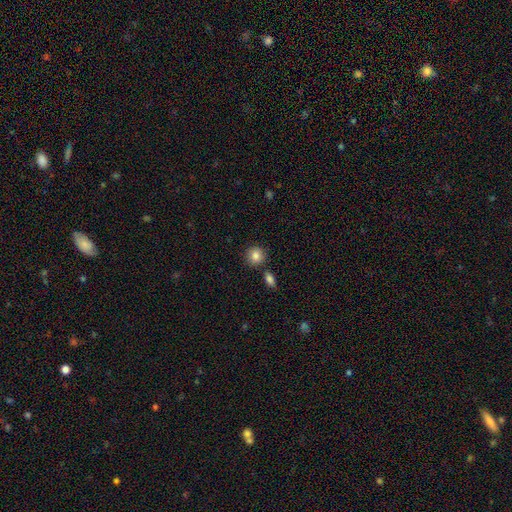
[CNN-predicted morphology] A smooth galaxy with no disk features (85%) that is round (88%).

Vote fractions:
- Smooth or featured? smooth: 85% / star or artifact: 9% / featured or disk: 6%
- How rounded? round: 88% / in between: 11% / cigar-shaped: 1%
- Merging? none: 82% / minor disturbance: 9% / merger: 7% / major disturbance: 2%